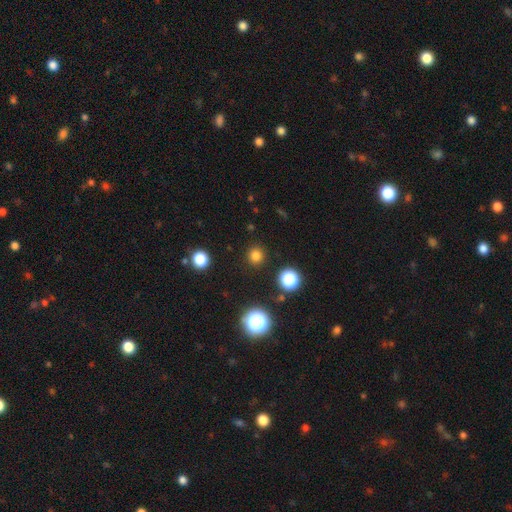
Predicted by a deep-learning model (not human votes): A smooth galaxy with no disk features (78%) that is round (94%). Merging: none (90%).